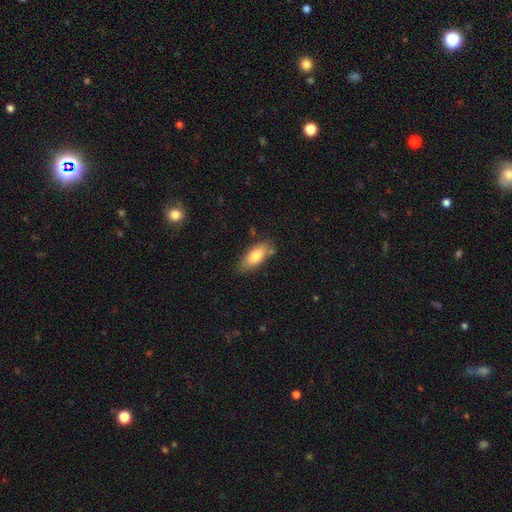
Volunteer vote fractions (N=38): This appears to be a smooth galaxy with no disk features (76%) that is in between round and cigar-shaped (90%). Merging: none (68%).